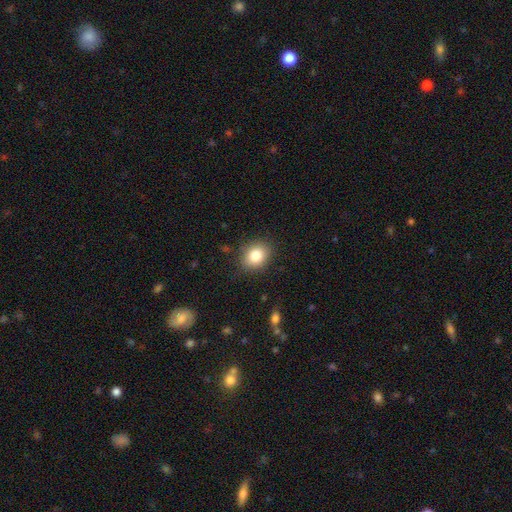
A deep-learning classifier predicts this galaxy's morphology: This is clearly a smooth galaxy (83%). How rounded: possibly round (50%). Merging: clearly none (85%).